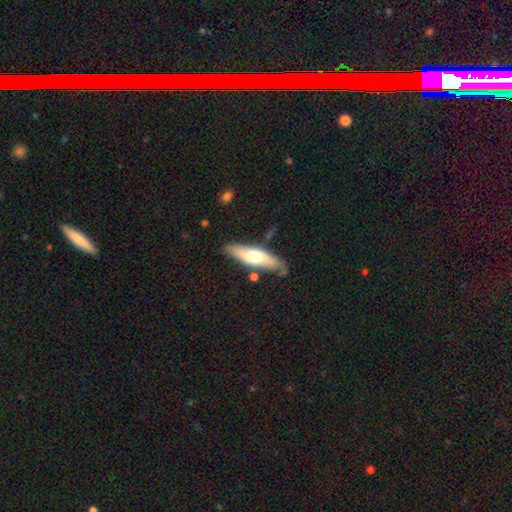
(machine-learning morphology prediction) smooth_or_featured: smooth (p=0.52) [alt: featured or disk p=0.42]
how_rounded: cigar-shaped (p=0.59) [alt: in between p=0.39]
merging: none (p=0.76) [alt: minor disturbance p=0.17]